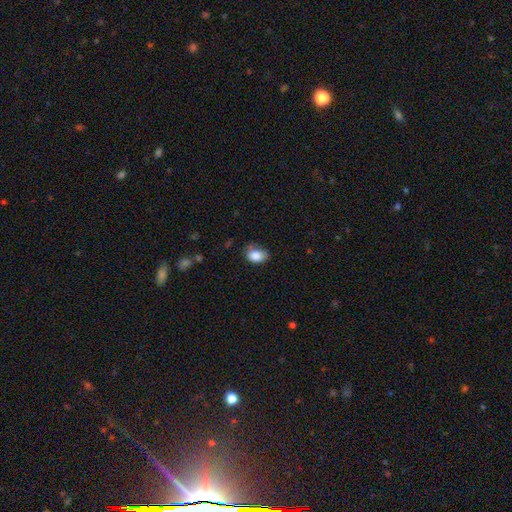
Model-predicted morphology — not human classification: type=smooth (85%); roundness=in between (81%); merging=none (61%).